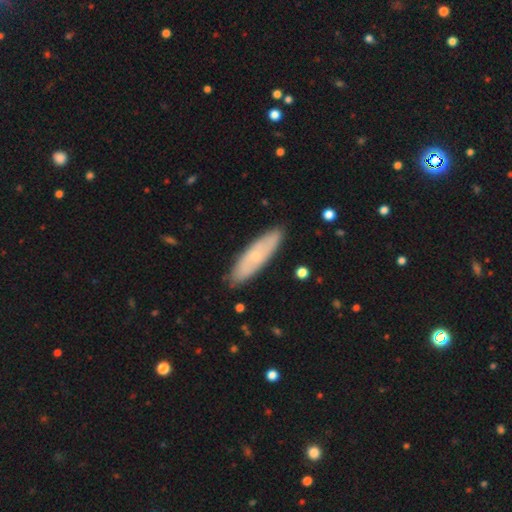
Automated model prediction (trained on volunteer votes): Smooth or featured? Predicted: smooth (p=0.58). How rounded? Predicted: cigar-shaped (p=0.63). Merging? Predicted: none (p=0.86).